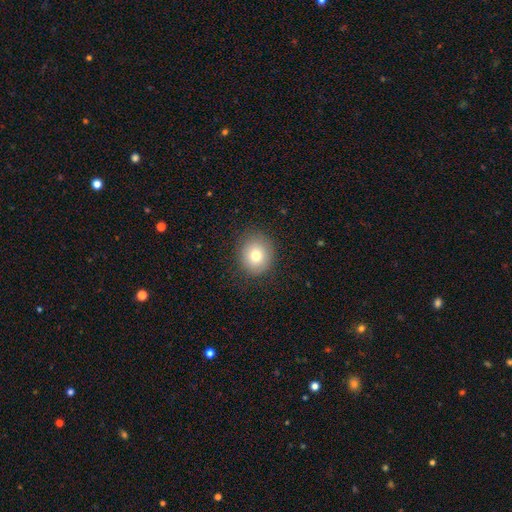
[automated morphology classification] Smooth or featured: smooth — 76% (featured or disk — 13%)
How rounded: round — 79% (in between — 20%)
Merging: none — 86% (minor disturbance — 10%)